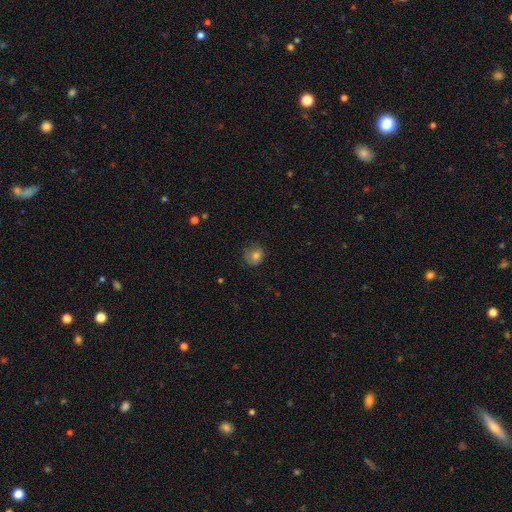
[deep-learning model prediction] smooth_or_featured: smooth (p=0.78) [alt: star or artifact p=0.11]
how_rounded: round (p=0.77) [alt: in between p=0.22]
merging: none (p=0.63) [alt: minor disturbance p=0.26]